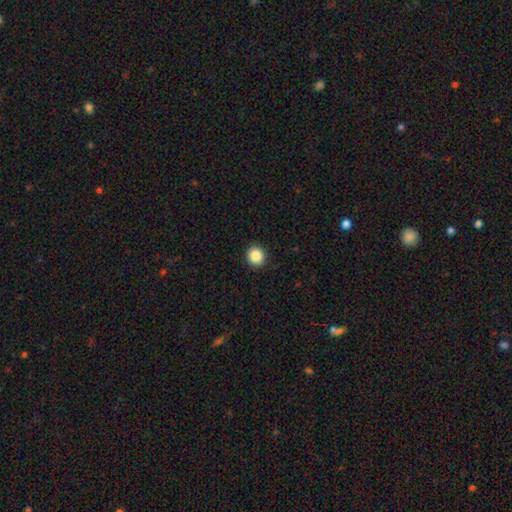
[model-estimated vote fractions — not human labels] A smooth galaxy with no disk features (87%) that is round (90%).

Vote fractions:
- Smooth or featured? smooth: 87% / star or artifact: 10% / featured or disk: 3%
- How rounded? round: 90% / in between: 9% / cigar-shaped: 1%
- Merging? none: 93% / minor disturbance: 4% / major disturbance: 2% / merger: 1%